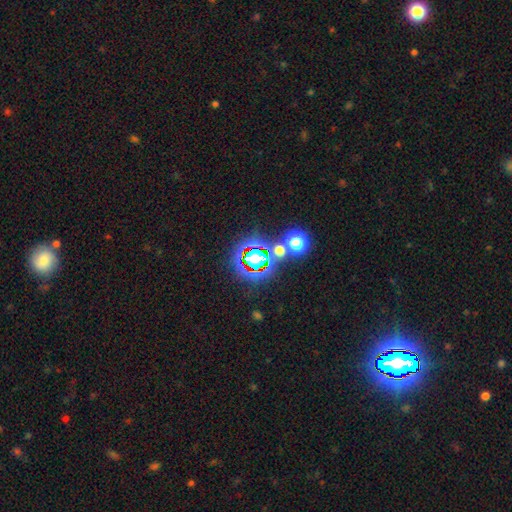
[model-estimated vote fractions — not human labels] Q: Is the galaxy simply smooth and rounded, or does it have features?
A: star or artifact — 78%.